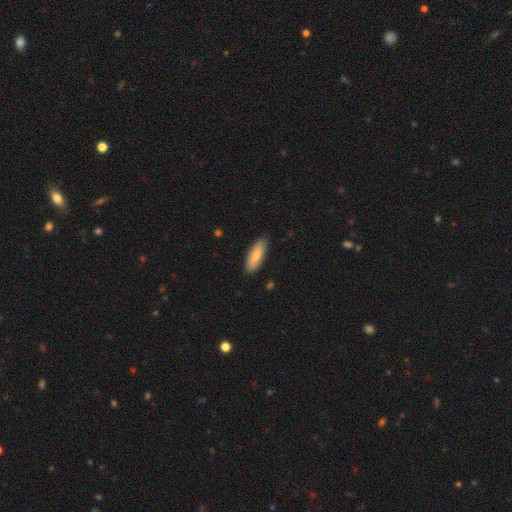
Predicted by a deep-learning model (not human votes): The model was most divided on "how rounded": in between: 60%, cigar-shaped: 38%, round: 2%. More confident: merging — none (87%); smooth or featured — smooth (80%).